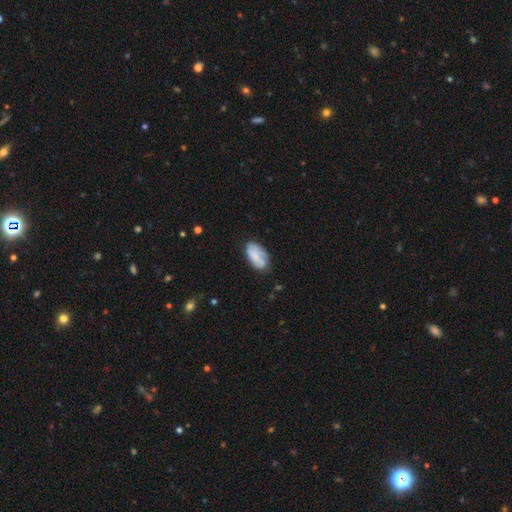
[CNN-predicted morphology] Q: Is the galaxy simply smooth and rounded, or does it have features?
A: smooth — 65%.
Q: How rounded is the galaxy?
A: in between — 93%.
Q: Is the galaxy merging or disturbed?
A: none — 63%.